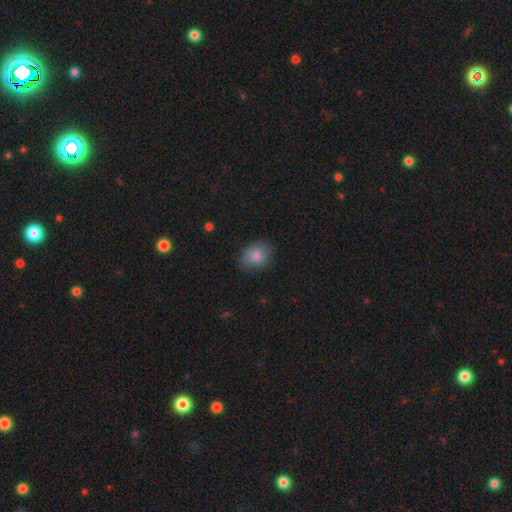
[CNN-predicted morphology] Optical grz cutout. It shows a smooth galaxy with no disk features (79%) that is in between round and cigar-shaped (59%). Merging: none (72%).